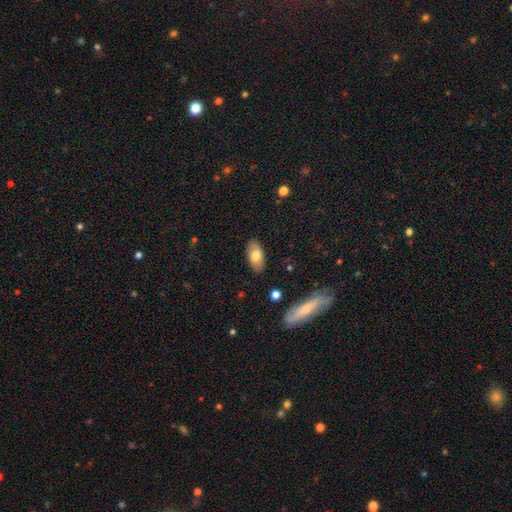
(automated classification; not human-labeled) Morphology: type=smooth (75%); roundness=in between (92%); merging=none (87%).